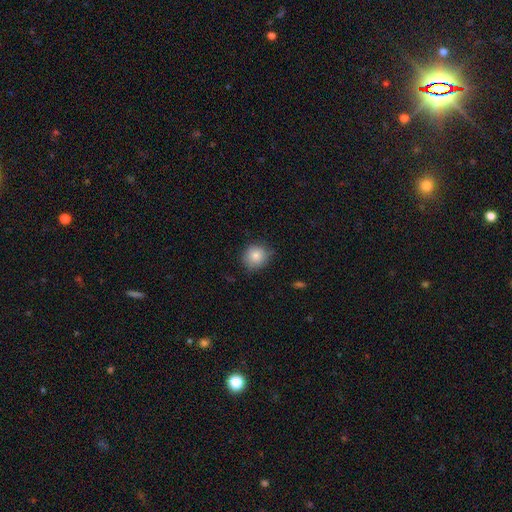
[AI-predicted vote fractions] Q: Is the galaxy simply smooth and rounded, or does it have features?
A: smooth — 85%.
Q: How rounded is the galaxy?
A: round — 84%.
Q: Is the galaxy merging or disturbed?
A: none — 77%.